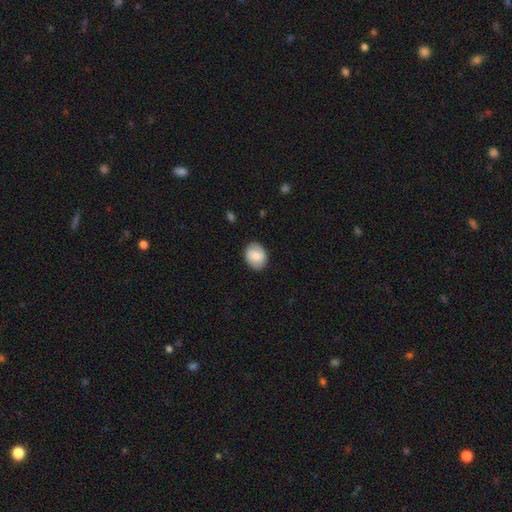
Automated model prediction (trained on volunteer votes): Smooth or featured? Predicted: smooth (p=0.76). How rounded? Predicted: in between (p=0.56). Merging? Predicted: none (p=0.84).